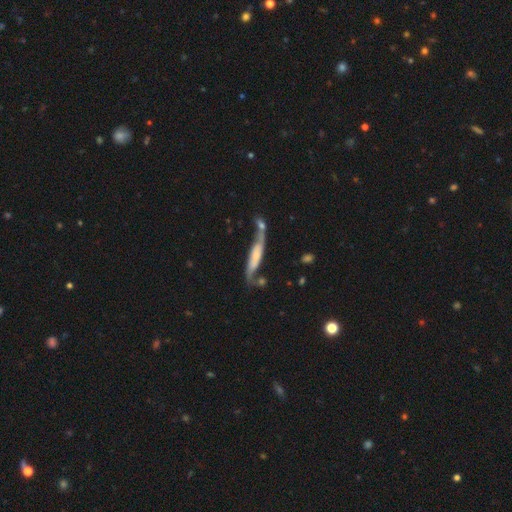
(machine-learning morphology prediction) Smooth or featured? featured or disk (67%)
Edge-on disk? no (59%)
Merging? none (37%)